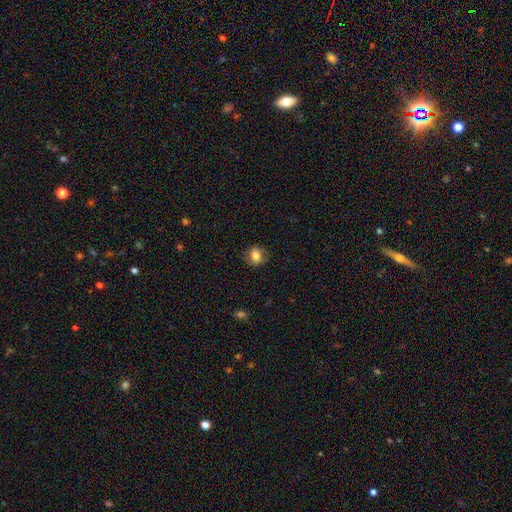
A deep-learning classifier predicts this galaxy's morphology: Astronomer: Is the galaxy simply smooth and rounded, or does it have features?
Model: smooth — 77%.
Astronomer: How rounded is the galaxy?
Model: round — 54% (runner-up: in between, 44%).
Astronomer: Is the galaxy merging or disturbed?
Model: none — 79%.